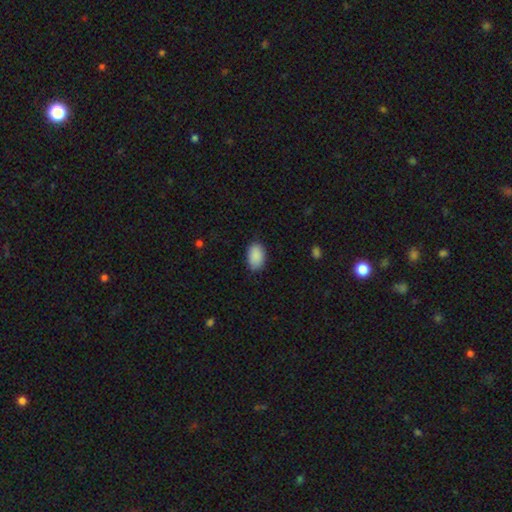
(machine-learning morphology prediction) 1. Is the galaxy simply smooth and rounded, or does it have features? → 90% smooth, 7% star or artifact, 3% featured or disk.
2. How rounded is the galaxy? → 92% in between, 7% round, 1% cigar-shaped.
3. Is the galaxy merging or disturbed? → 85% none, 11% minor disturbance, 3% major disturbance, 1% merger.